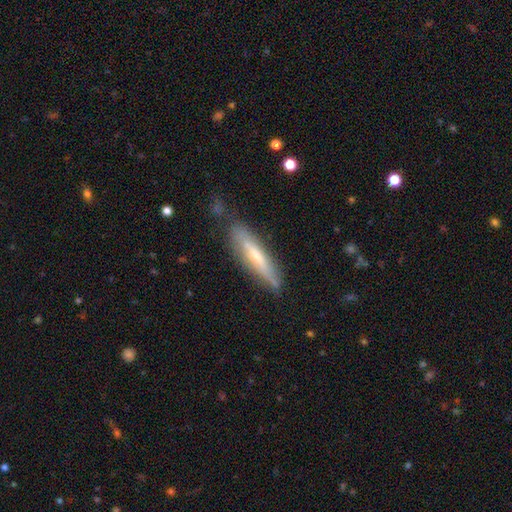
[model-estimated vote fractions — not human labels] The model was most divided on "smooth or featured": featured or disk: 52%, smooth: 41%, star or artifact: 6%. More confident: edge-on disk — yes (77%); merging — none (74%).